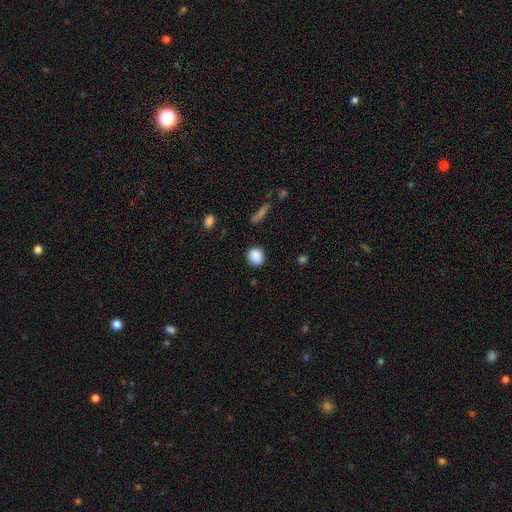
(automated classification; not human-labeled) This appears to be a smooth galaxy with no disk features (88%) that is round (62%). Merging: none (84%).